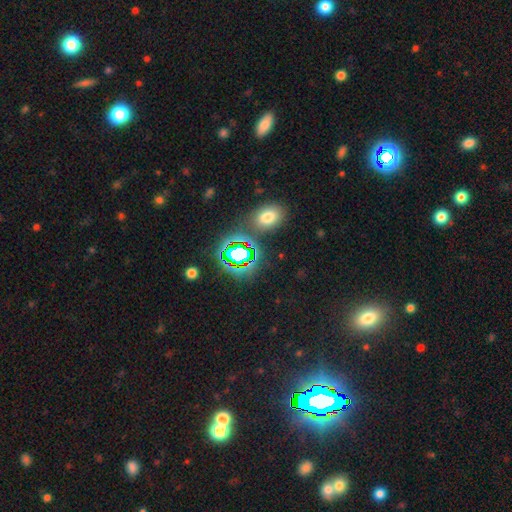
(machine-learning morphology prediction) Smooth or featured?
  - star or artifact: 67% *
  - smooth: 24%
  - featured or disk: 9%